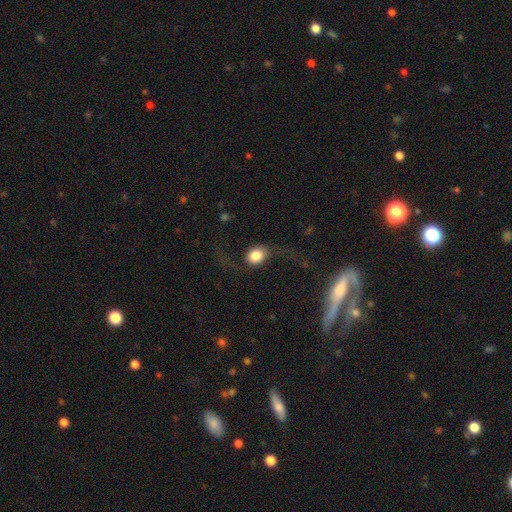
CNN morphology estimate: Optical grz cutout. It shows a smooth galaxy with no disk features (60%) that is round (59%). Merging: none (53%).